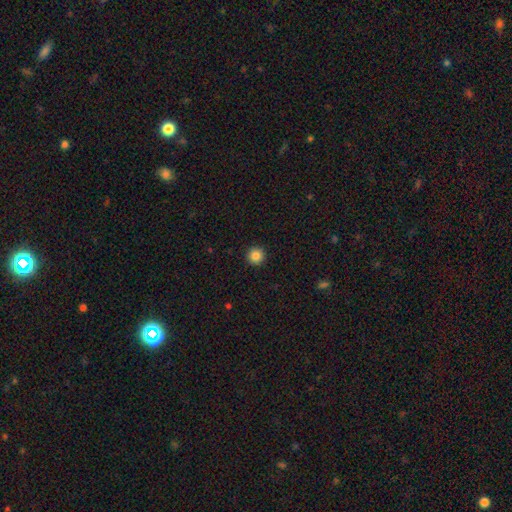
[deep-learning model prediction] smooth 86%, star or artifact 10%, featured or disk 4%. Down the decision tree: how rounded — round (96%); merging — none (93%).